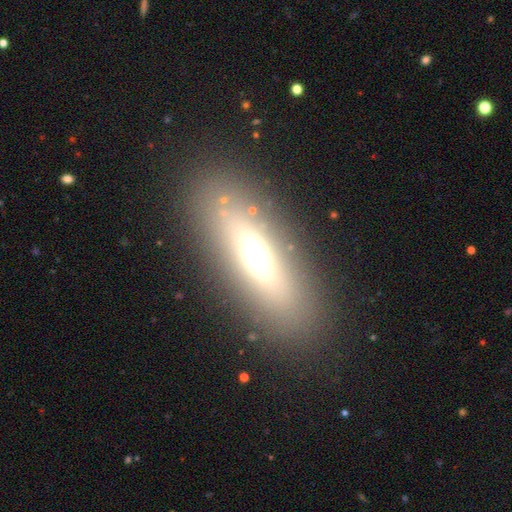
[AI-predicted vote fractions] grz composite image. It shows a smooth galaxy with no disk features (53%) that is in between round and cigar-shaped (57%). Merging: none (82%).